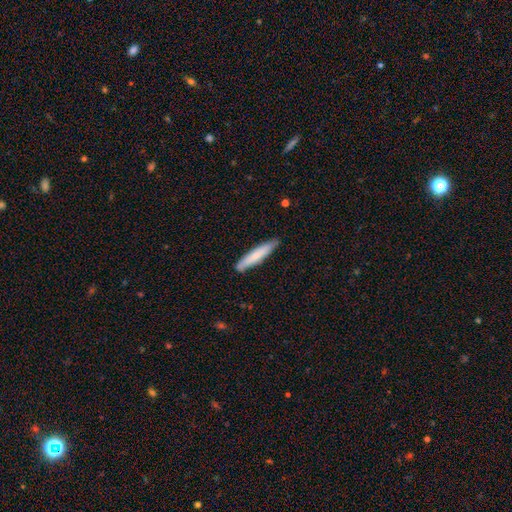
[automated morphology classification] This appears to be a smooth galaxy with no disk features (73%) that is cigar-shaped (90%). Merging: none (86%).